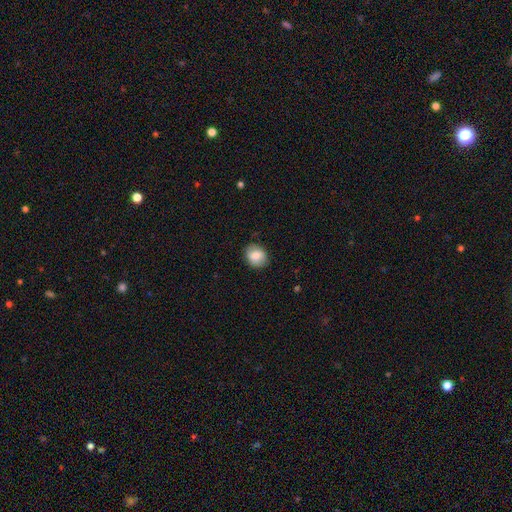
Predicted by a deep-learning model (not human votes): smooth_or_featured: smooth (p=0.80) [alt: featured or disk p=0.12]
how_rounded: round (p=0.50) [alt: in between p=0.49]
merging: none (p=0.82) [alt: minor disturbance p=0.14]